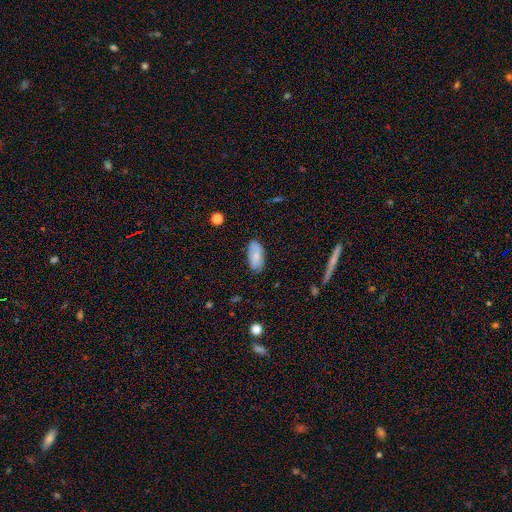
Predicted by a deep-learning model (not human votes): smooth 72%, featured or disk 21%, star or artifact 8%. Down the decision tree: how rounded — in between (91%); merging — none (73%).